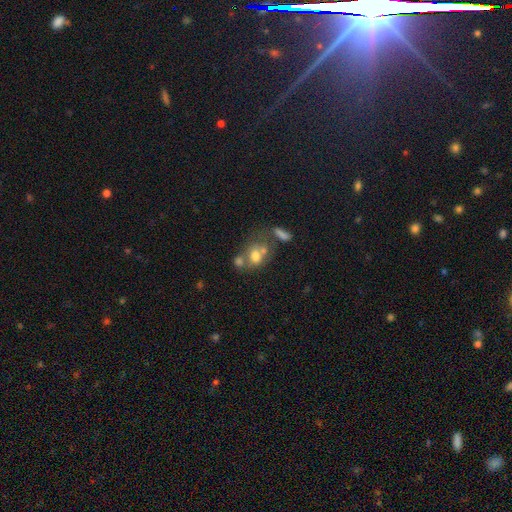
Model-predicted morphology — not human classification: This appears to be a smooth galaxy with no disk features (65%) that is in between round and cigar-shaped (58%). Merging: merger (46%).